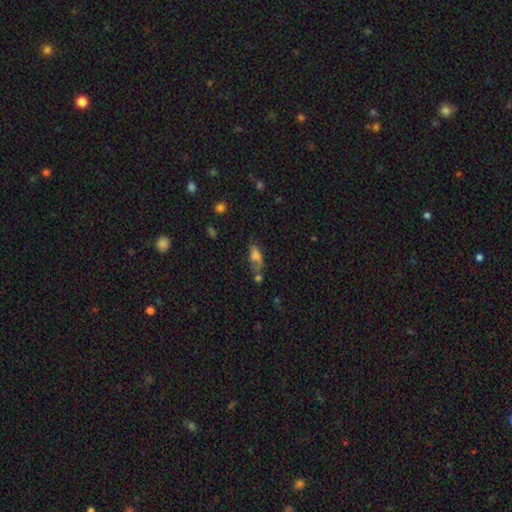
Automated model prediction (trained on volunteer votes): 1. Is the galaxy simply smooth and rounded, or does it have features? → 67% smooth, 19% featured or disk, 14% star or artifact.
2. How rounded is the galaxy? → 77% in between, 16% cigar-shaped, 6% round.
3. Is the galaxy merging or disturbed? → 34% none, 26% minor disturbance, 21% major disturbance, 19% merger.